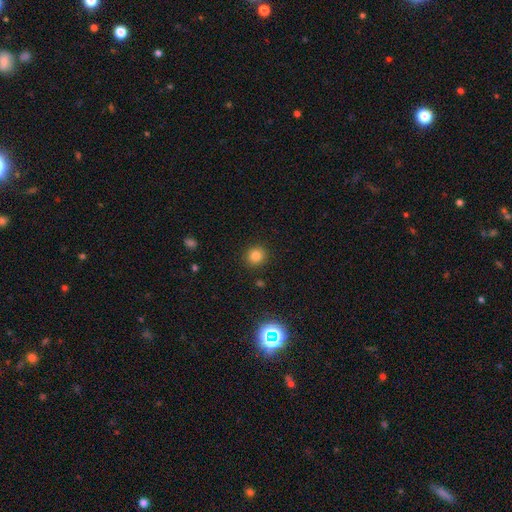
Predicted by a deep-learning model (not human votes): Smooth or featured? smooth (81%)
How rounded? round (91%)
Merging? none (91%)